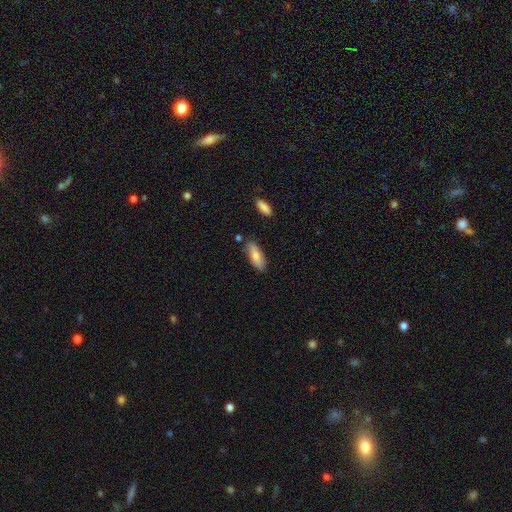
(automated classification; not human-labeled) A smooth galaxy with no disk features (79%) that is in between round and cigar-shaped (71%).

Vote fractions:
- Smooth or featured? smooth: 79% / featured or disk: 15% / star or artifact: 6%
- How rounded? in between: 71% / cigar-shaped: 27% / round: 2%
- Merging? none: 78% / minor disturbance: 15% / merger: 4% / major disturbance: 3%